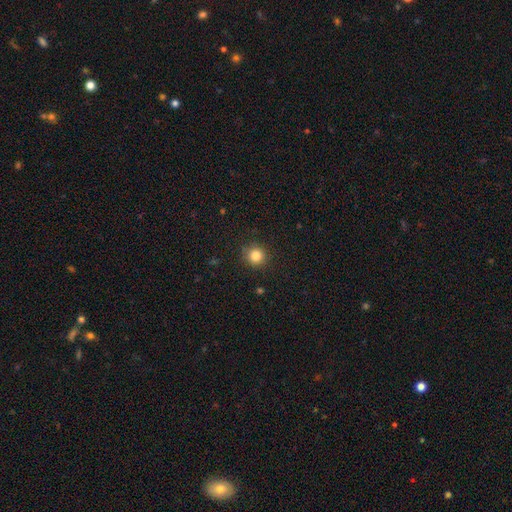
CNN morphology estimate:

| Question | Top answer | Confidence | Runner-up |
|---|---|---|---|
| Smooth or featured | smooth | 84% | star or artifact (11%) |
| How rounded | round | 93% | in between (6%) |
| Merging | none | 90% | minor disturbance (7%) |